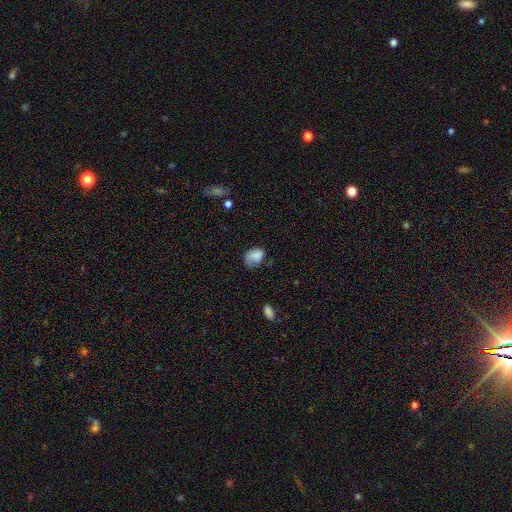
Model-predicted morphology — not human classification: smooth_or_featured: smooth (p=0.80) [alt: featured or disk p=0.11]
how_rounded: in between (p=0.75) [alt: round p=0.24]
merging: none (p=0.46) [alt: minor disturbance p=0.35]